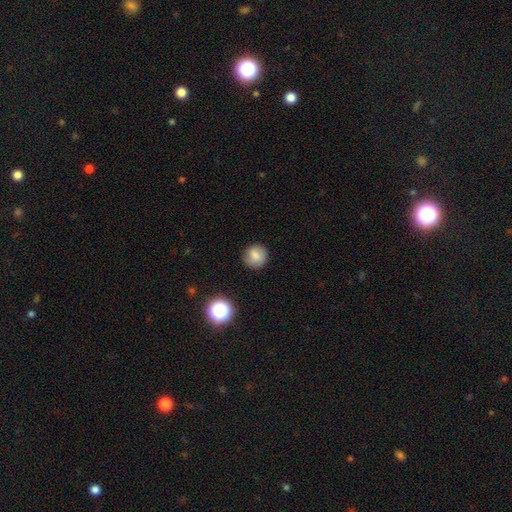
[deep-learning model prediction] Smooth or featured? Predicted: smooth (p=0.80). How rounded? Predicted: round (p=0.89). Merging? Predicted: none (p=0.85).